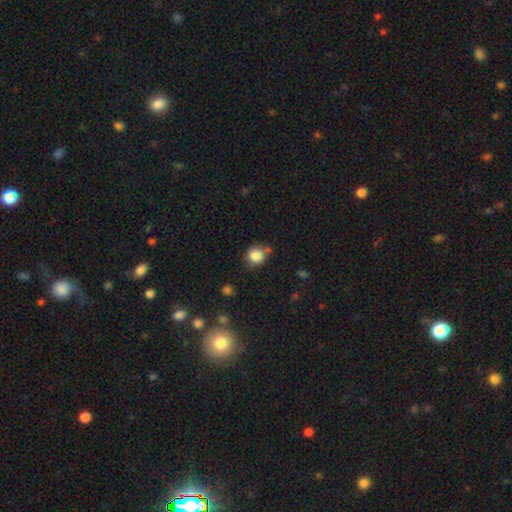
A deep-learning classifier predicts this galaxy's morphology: This is clearly a smooth galaxy (85%). How rounded: clearly round (82%). Merging: likely none (67%).